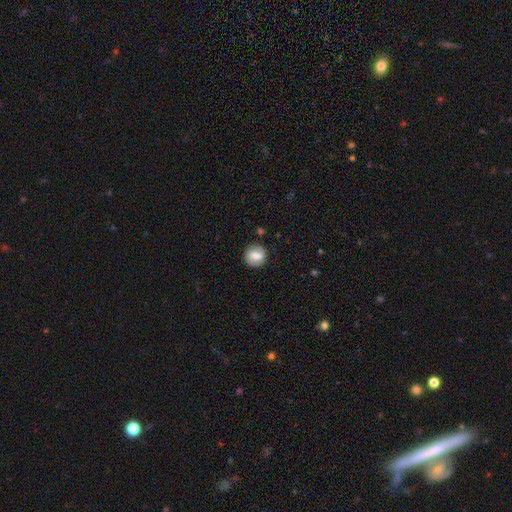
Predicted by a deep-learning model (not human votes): smooth-or-featured: smooth: 71% | featured or disk: 22% | star or artifact: 8%
  how-rounded: round: 84% | in between: 15% | cigar-shaped: 1%
  merging: none: 85% | minor disturbance: 10% | major disturbance: 3% | merger: 2%